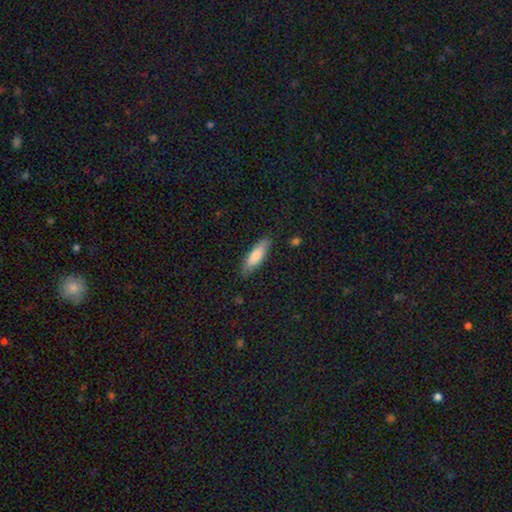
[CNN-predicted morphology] type=smooth (78%); roundness=cigar-shaped (56%); merging=none (85%).